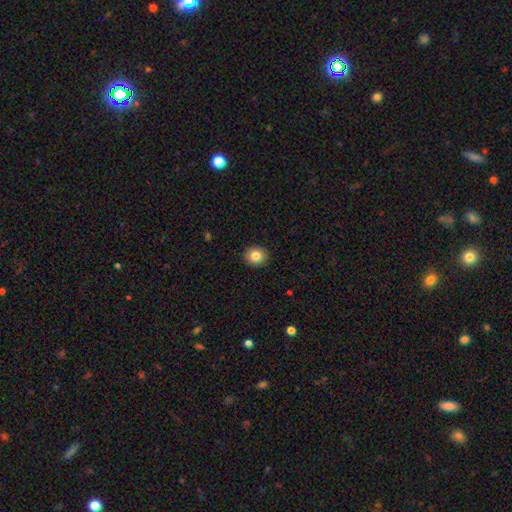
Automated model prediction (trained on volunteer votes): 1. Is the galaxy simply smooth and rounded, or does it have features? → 84% smooth, 9% star or artifact, 7% featured or disk.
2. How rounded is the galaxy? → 81% round, 18% in between, 1% cigar-shaped.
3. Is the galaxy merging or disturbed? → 91% none, 6% minor disturbance, 2% major disturbance, 1% merger.